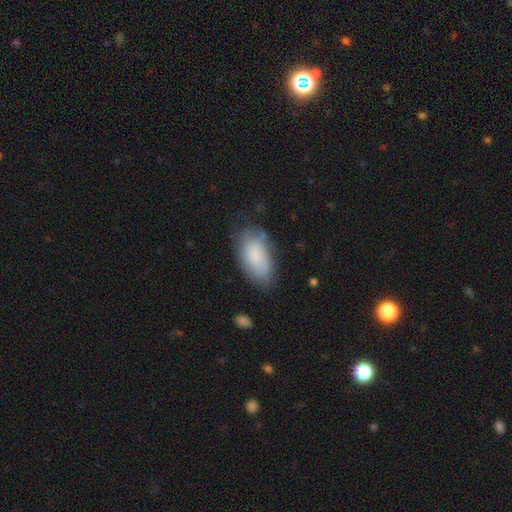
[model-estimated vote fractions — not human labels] A smooth galaxy with no disk features (79%) that is in between round and cigar-shaped (94%).

Vote fractions:
- Smooth or featured? smooth: 79% / featured or disk: 14% / star or artifact: 7%
- How rounded? in between: 94% / round: 3% / cigar-shaped: 3%
- Merging? none: 65% / minor disturbance: 24% / major disturbance: 8% / merger: 3%